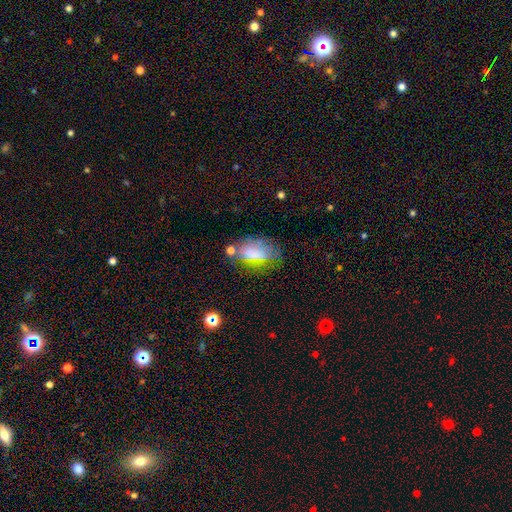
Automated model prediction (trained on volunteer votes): Smooth or featured? smooth (61%)
How rounded? in between (85%)
Merging? none (54%)